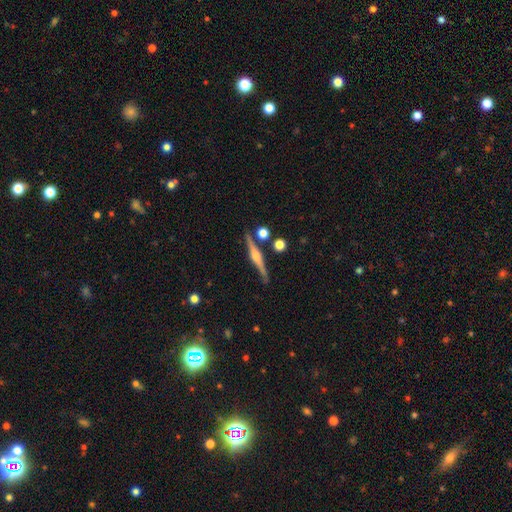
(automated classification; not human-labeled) Smooth or featured? featured or disk (78%)
Edge-on disk? yes (98%)
Edge-on bulge? rounded (80%)
Merging? none (84%)